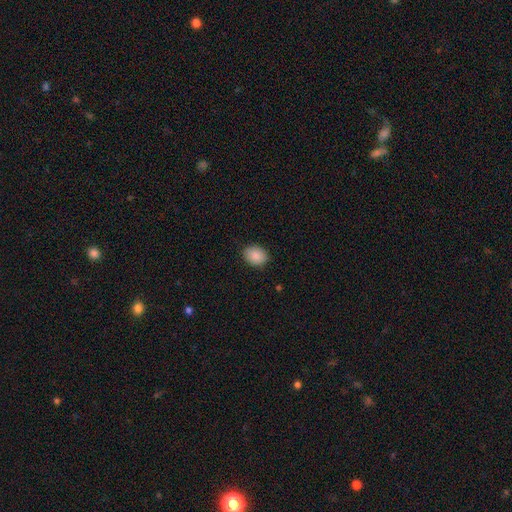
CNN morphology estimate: Smooth or featured: smooth — 88% (star or artifact — 7%)
How rounded: in between — 61% (round — 38%)
Merging: none — 88% (minor disturbance — 9%)